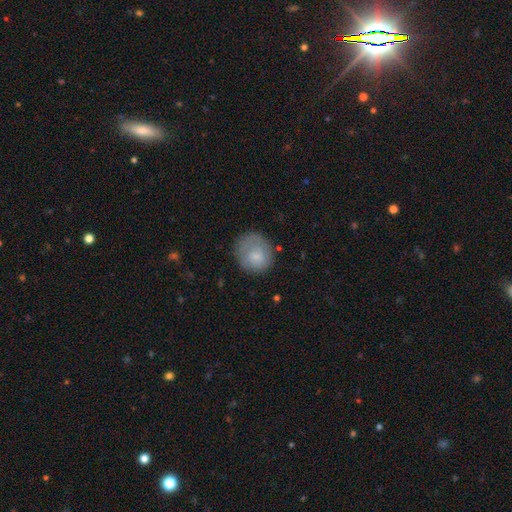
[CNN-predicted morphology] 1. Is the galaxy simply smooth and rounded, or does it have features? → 72% smooth, 20% featured or disk, 7% star or artifact.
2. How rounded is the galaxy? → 82% round, 17% in between, 1% cigar-shaped.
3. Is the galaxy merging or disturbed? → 64% none, 22% minor disturbance, 12% major disturbance, 2% merger.